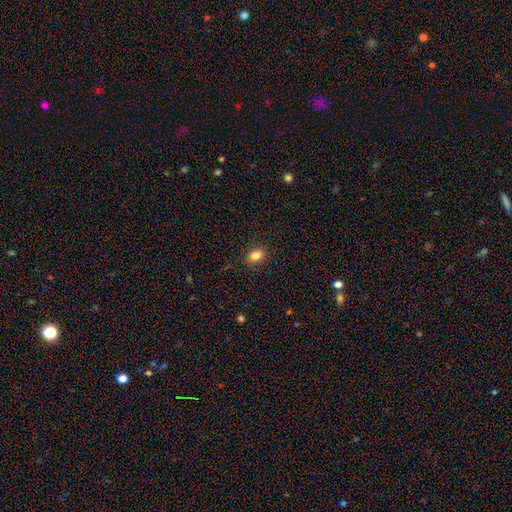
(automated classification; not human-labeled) Smooth or featured? smooth (82%)
How rounded? in between (75%)
Merging? none (88%)